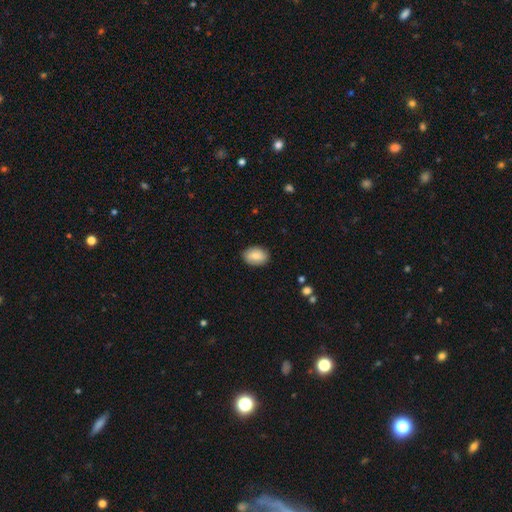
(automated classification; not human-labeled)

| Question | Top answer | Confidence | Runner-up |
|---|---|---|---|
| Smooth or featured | smooth | 80% | featured or disk (13%) |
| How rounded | in between | 80% | round (18%) |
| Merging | none | 86% | minor disturbance (11%) |